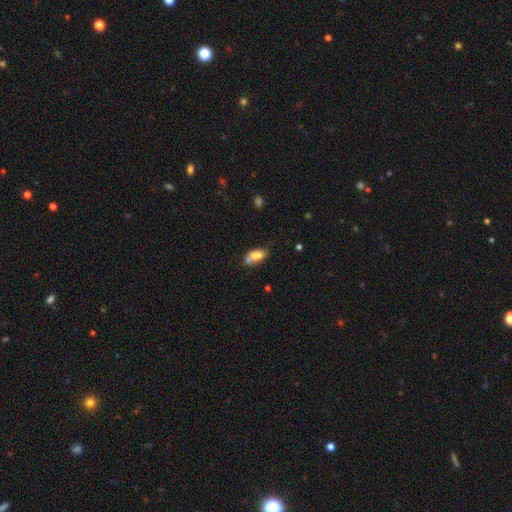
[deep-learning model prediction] This appears to be a smooth galaxy with no disk features (67%) that is in between round and cigar-shaped (79%). Merging: merger (50%).